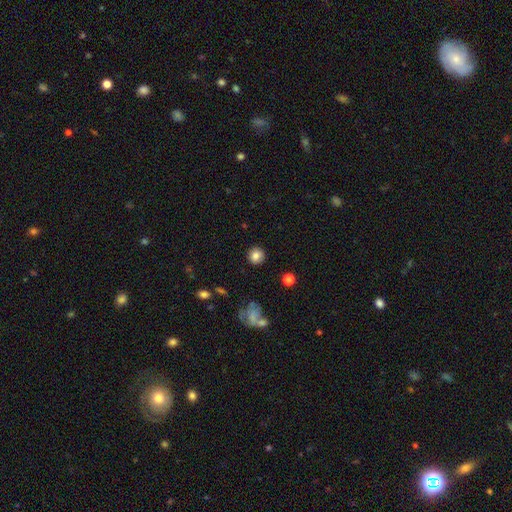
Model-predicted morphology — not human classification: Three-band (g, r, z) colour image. It shows a smooth galaxy with no disk features (81%) that is round (90%). Merging: none (88%).